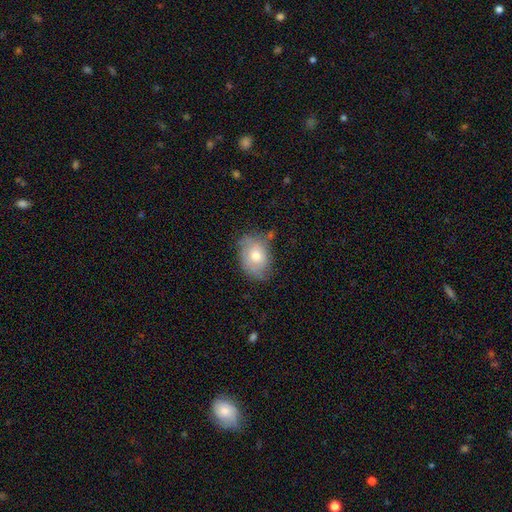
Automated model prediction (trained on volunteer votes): This appears to be a smooth galaxy with no disk features (66%) that is in between round and cigar-shaped (77%). Merging: none (62%).